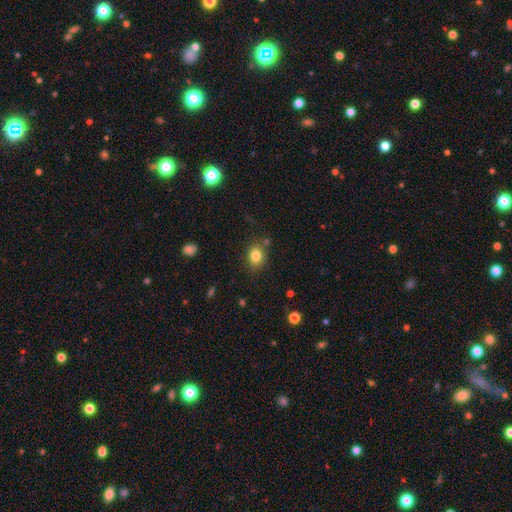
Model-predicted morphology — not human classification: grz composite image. It shows a smooth galaxy with no disk features (82%) that is round (54%). Merging: none (79%).